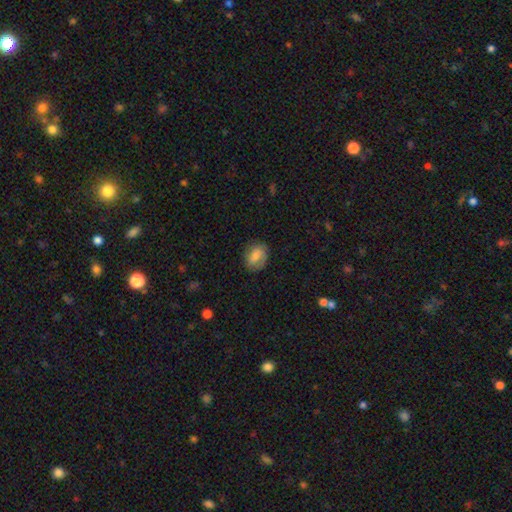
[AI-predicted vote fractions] This appears to be a smooth galaxy with no disk features (66%) that is in between round and cigar-shaped (60%). Merging: none (75%).